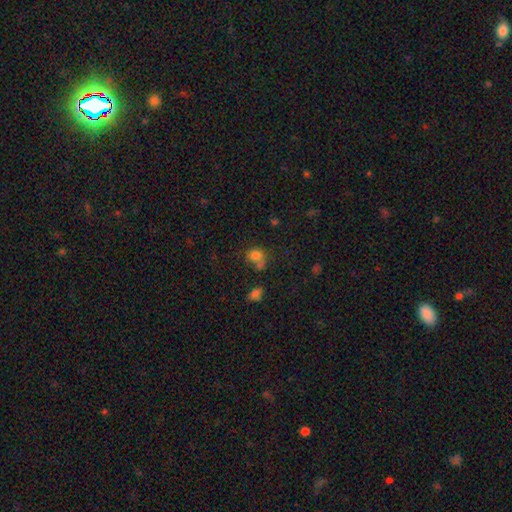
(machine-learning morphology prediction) Overall: smooth (76%). How rounded: round (62%; in between 37%). Merging: none (42%; merger 32%).